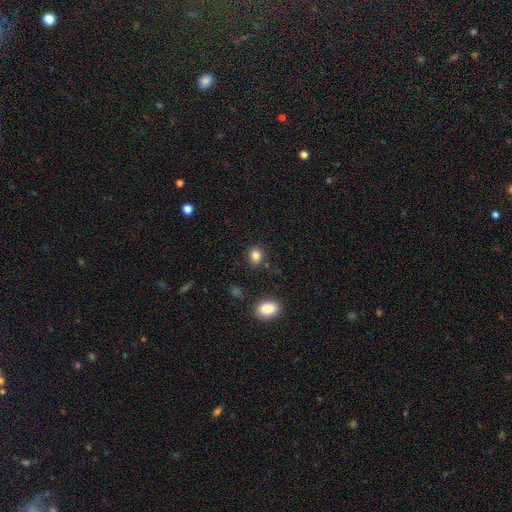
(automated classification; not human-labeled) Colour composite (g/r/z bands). It shows a smooth galaxy with no disk features (84%) that is round (65%). Merging: none (84%).